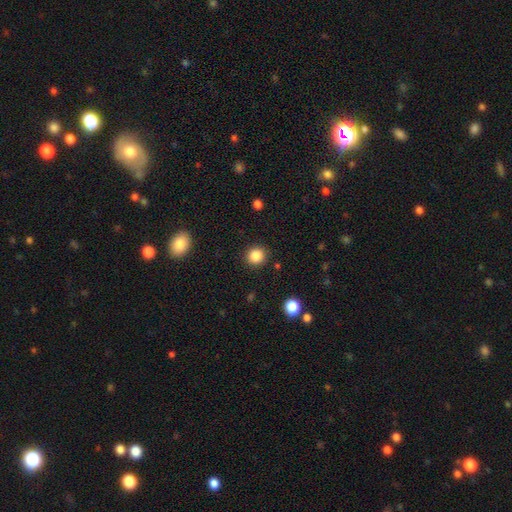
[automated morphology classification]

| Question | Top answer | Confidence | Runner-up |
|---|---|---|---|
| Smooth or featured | smooth | 86% | star or artifact (10%) |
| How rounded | round | 90% | in between (9%) |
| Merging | none | 91% | minor disturbance (6%) |